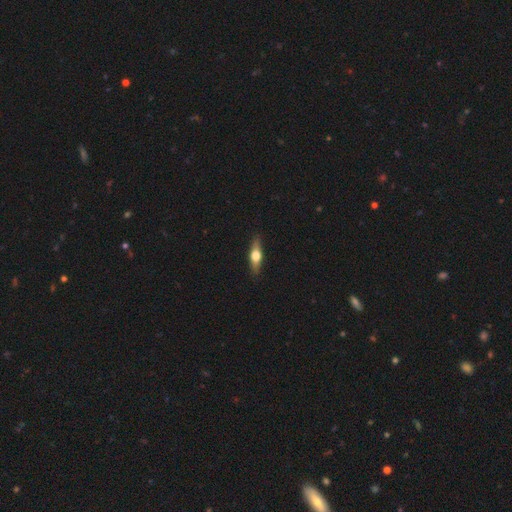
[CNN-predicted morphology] This is possibly a featured or disk galaxy (56%). It is clearly viewed edge-on (94%). Edge-on bulge: clearly rounded (95%). Merging: clearly none (88%).